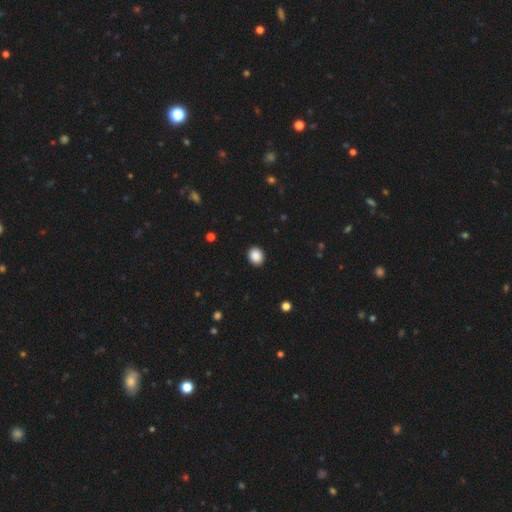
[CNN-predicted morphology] Smooth or featured? Predicted: smooth (p=0.89). How rounded? Predicted: round (p=0.64). Merging? Predicted: none (p=0.91).